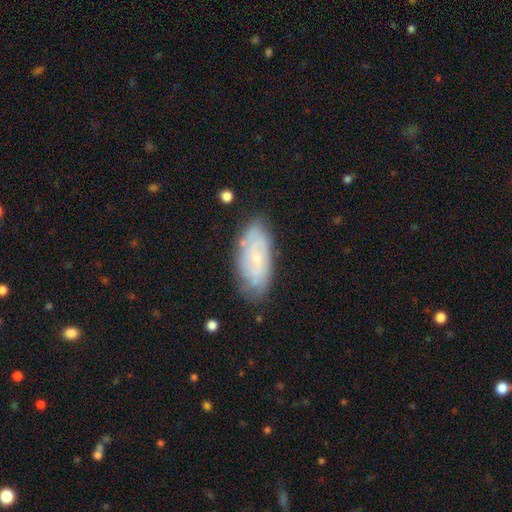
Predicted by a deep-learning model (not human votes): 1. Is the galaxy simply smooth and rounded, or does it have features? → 57% featured or disk, 36% smooth, 7% star or artifact.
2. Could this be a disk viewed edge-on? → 89% no, 11% yes.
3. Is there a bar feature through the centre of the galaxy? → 78% no, 19% weak, 4% strong.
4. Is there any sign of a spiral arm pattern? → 71% yes, 29% no.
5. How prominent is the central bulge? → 81% small, 14% moderate, 3% none, 1% large, 1% dominant.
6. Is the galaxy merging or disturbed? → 77% none, 17% minor disturbance, 4% major disturbance, 2% merger.